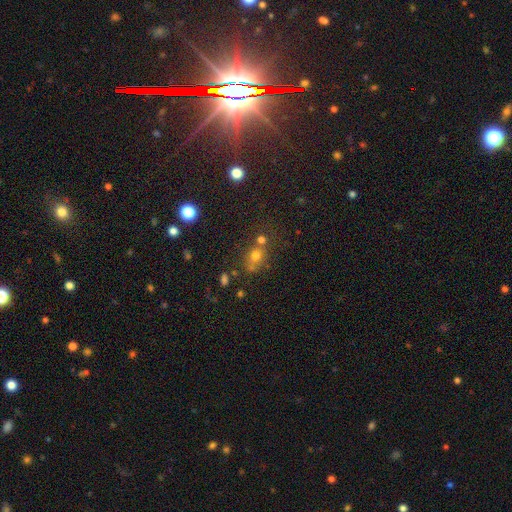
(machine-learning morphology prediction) smooth 66%, star or artifact 20%, featured or disk 13%. Down the decision tree: how rounded — round (60%); merging — none (51%).